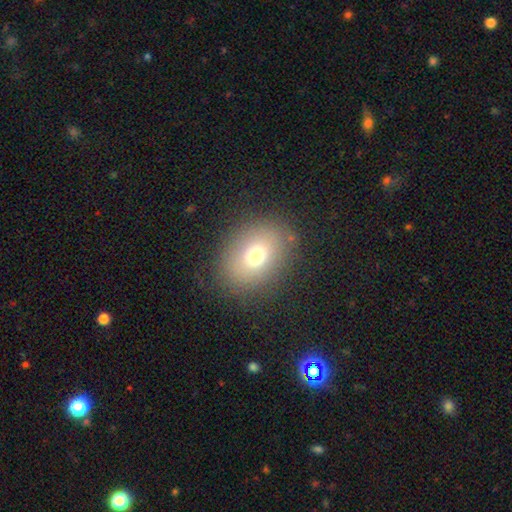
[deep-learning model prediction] smooth_or_featured: smooth (p=0.73) [alt: featured or disk p=0.14]
how_rounded: in between (p=0.64) [alt: round p=0.35]
merging: none (p=0.83) [alt: minor disturbance p=0.11]